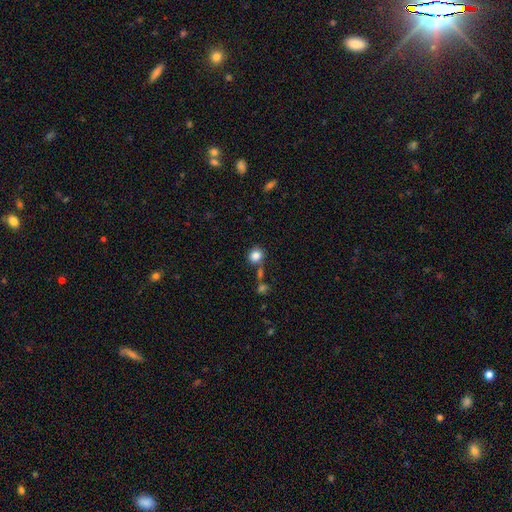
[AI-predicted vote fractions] smooth 85%, star or artifact 10%, featured or disk 5%. Down the decision tree: how rounded — round (82%); merging — none (70%).